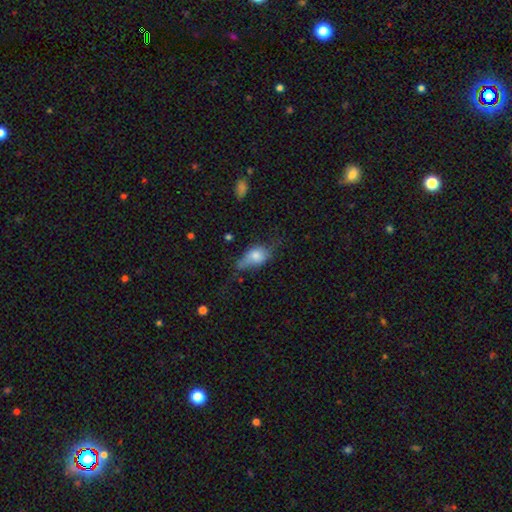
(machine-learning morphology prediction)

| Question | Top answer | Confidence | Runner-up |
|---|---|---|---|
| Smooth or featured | smooth | 64% | featured or disk (26%) |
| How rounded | in between | 78% | round (16%) |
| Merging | minor disturbance | 37% | none (32%) |